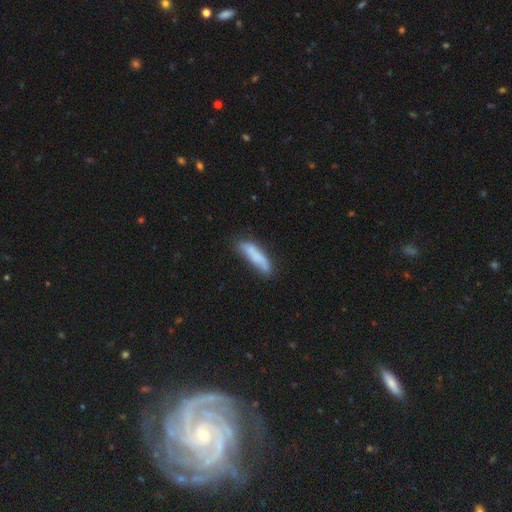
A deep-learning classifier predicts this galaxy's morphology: This is likely a smooth galaxy (73%). How rounded: likely cigar-shaped (74%). Merging: possibly none (60%).